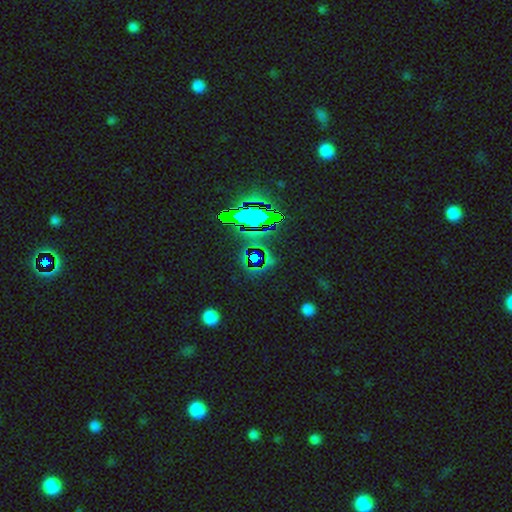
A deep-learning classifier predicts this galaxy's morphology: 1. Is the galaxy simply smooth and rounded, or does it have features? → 80% star or artifact, 11% smooth, 9% featured or disk.